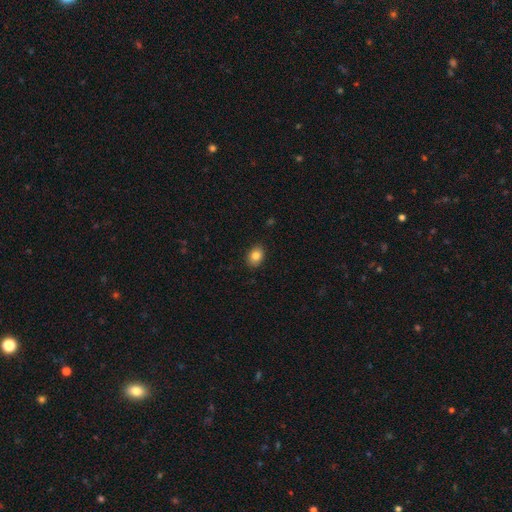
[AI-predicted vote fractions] smooth_or_featured: smooth (p=0.84) [alt: star or artifact p=0.09]
how_rounded: in between (p=0.67) [alt: round p=0.32]
merging: none (p=0.87) [alt: minor disturbance p=0.10]